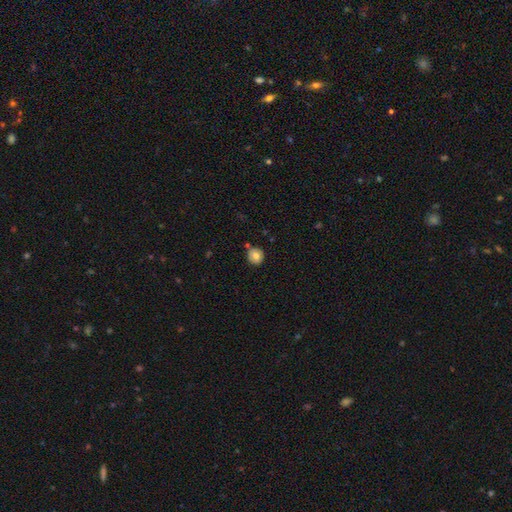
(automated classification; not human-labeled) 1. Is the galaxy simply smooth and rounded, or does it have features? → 77% smooth, 14% featured or disk, 9% star or artifact.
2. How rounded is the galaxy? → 91% round, 8% in between, 1% cigar-shaped.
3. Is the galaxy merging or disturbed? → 82% none, 11% minor disturbance, 5% merger, 2% major disturbance.